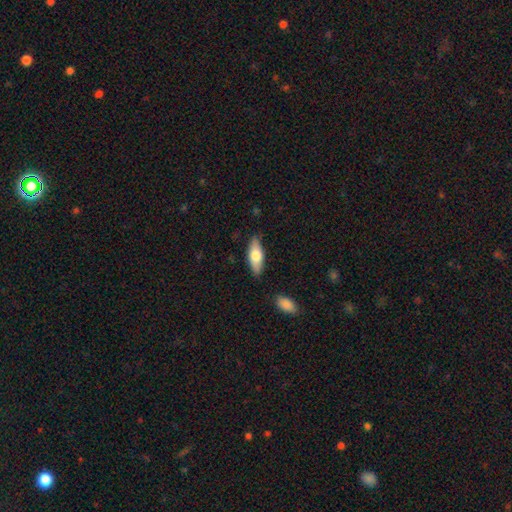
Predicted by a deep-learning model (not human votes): Q: Smooth or featured?
A: smooth (70%); runner-up: featured or disk (25%)
Q: How rounded?
A: in between (73%); runner-up: cigar-shaped (24%)
Q: Merging?
A: none (83%); runner-up: minor disturbance (12%)